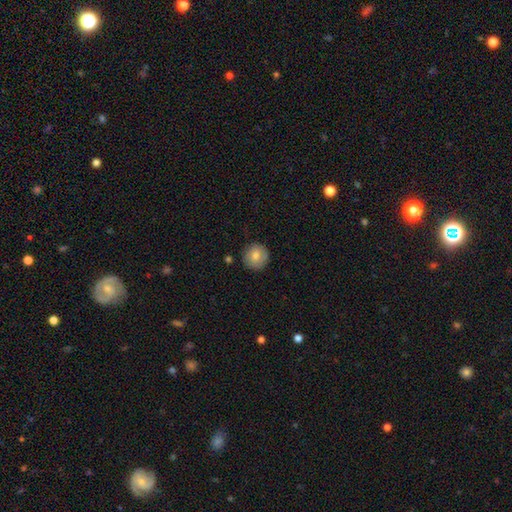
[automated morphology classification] Q: Smooth or featured?
A: smooth (81%); runner-up: featured or disk (12%)
Q: How rounded?
A: round (93%); runner-up: in between (6%)
Q: Merging?
A: none (88%); runner-up: minor disturbance (9%)